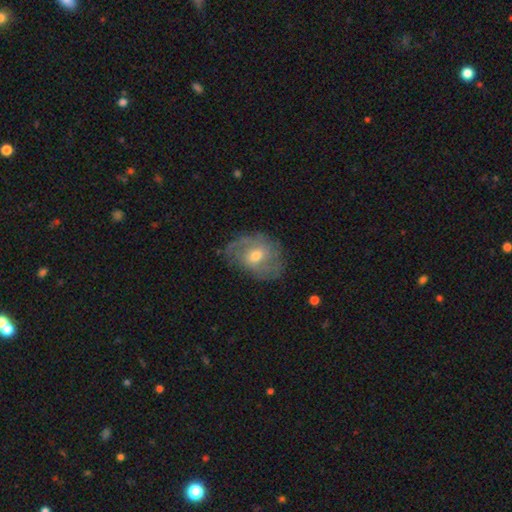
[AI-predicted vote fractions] Smooth or featured? Predicted: featured or disk (p=0.67). Edge-on disk? Predicted: no (p=0.96). Bar? Predicted: weak (p=0.46). Spiral arms? Predicted: yes (p=0.81). Spiral winding? Predicted: medium (p=0.41). Spiral arm count? Predicted: 2 (p=0.44). Bulge size? Predicted: moderate (p=0.60). Merging? Predicted: none (p=0.68).